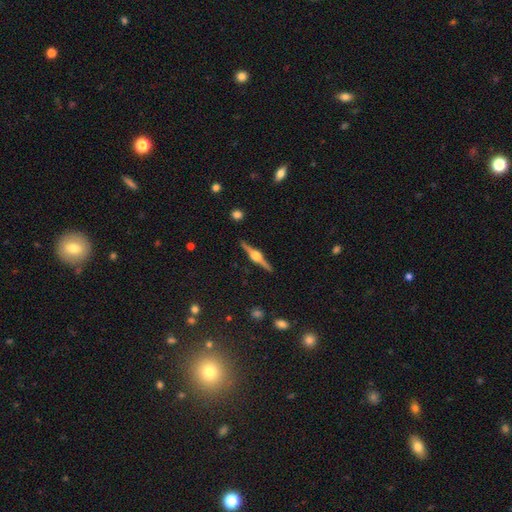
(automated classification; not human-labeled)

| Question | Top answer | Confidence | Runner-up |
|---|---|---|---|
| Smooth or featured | featured or disk | 86% | smooth (8%) |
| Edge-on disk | yes | 98% | no (2%) |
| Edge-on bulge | rounded | 93% | boxy (5%) |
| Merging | none | 91% | minor disturbance (6%) |